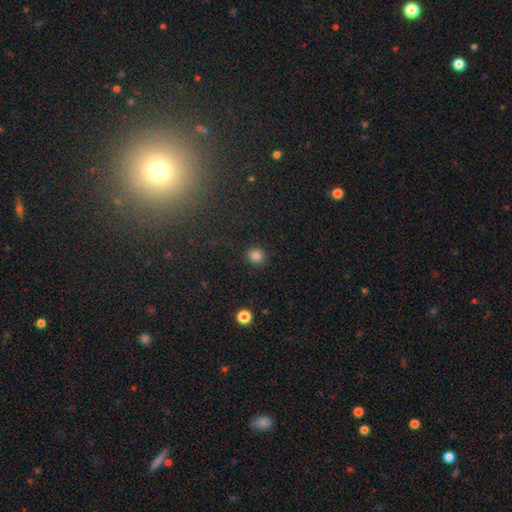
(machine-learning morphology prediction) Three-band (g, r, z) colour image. It shows a smooth galaxy with no disk features (83%) that is round (87%). Merging: none (89%).